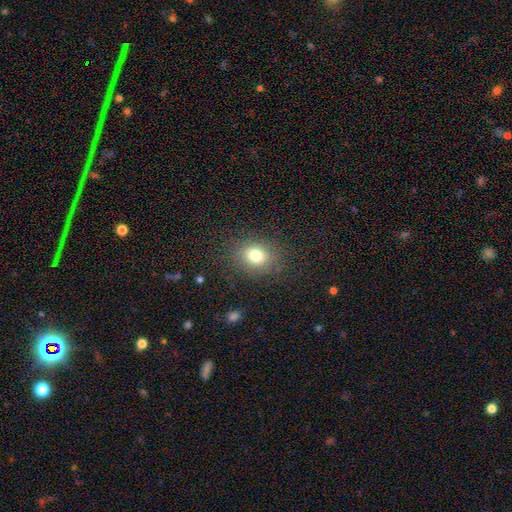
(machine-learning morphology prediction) Smooth or featured? smooth (77%)
How rounded? round (57%)
Merging? none (84%)